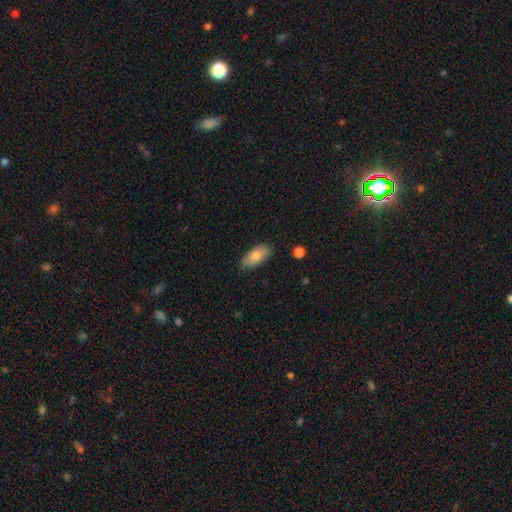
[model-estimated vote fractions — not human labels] Smooth or featured: smooth — 81% (featured or disk — 12%)
How rounded: in between — 90% (cigar-shaped — 8%)
Merging: none — 84% (minor disturbance — 12%)